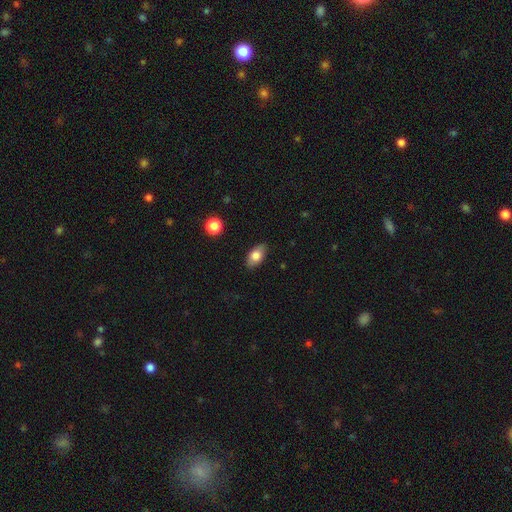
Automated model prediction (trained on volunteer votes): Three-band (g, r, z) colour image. It shows a smooth galaxy with no disk features (78%) that is in between round and cigar-shaped (91%). Merging: none (85%).